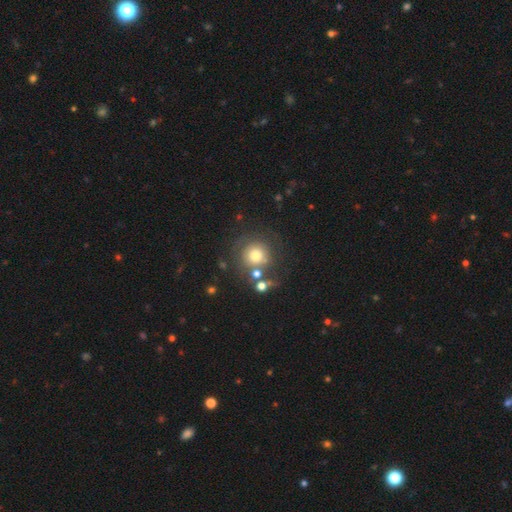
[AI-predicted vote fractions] The model was most divided on "smooth or featured": smooth: 67%, featured or disk: 20%, star or artifact: 12%. More confident: how rounded — round (93%); merging — none (65%).